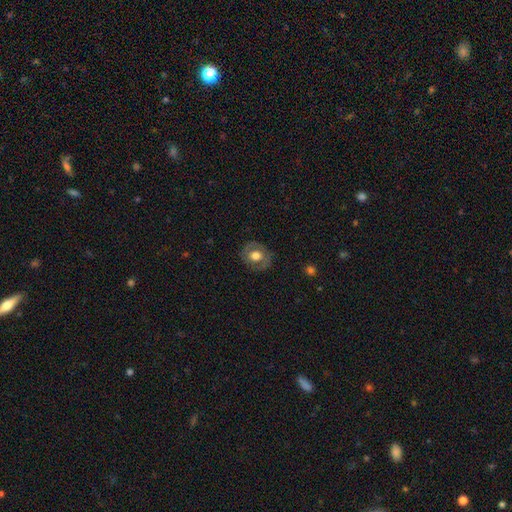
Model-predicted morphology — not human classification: smooth_or_featured: smooth (p=0.51) [alt: featured or disk p=0.42]
how_rounded: round (p=0.66) [alt: in between p=0.33]
merging: none (p=0.79) [alt: minor disturbance p=0.14]